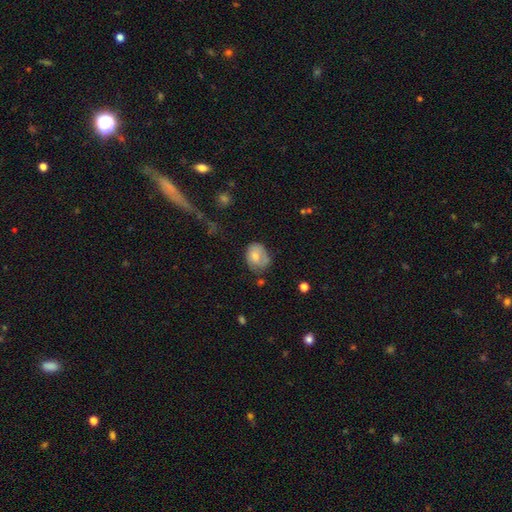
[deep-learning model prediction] Smooth or featured? Predicted: smooth (p=0.60). How rounded? Predicted: in between (p=0.55). Merging? Predicted: none (p=0.49).